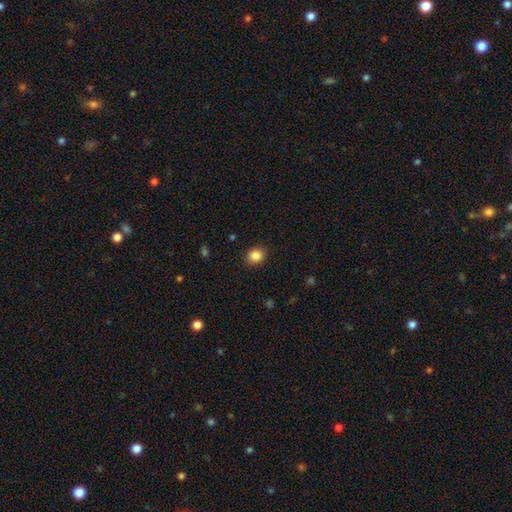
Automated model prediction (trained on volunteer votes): This is clearly a smooth galaxy (86%). How rounded: likely round (65%). Merging: clearly none (89%).